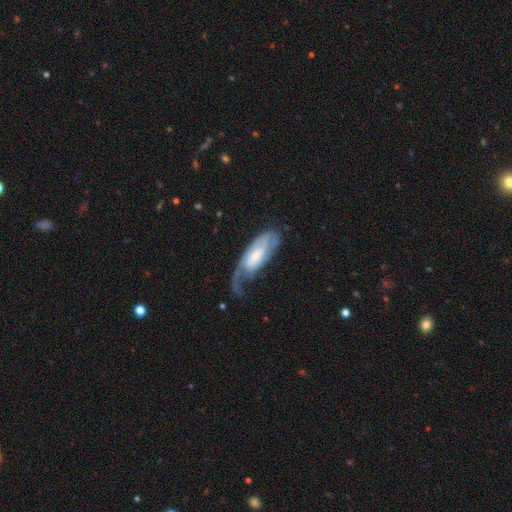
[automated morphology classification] featured or disk 70%, smooth 25%, star or artifact 5%. Down the decision tree: edge-on disk — no (89%); bar — no (53%); spiral arms — yes (89%); spiral arm count — 2 (37%, tied with 1); spiral winding — tight (40%); bulge size — small (46%); merging — none (36%).